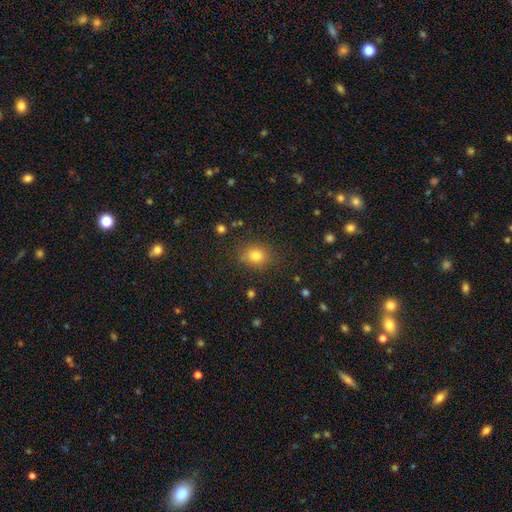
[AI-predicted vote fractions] Smooth or featured? smooth (80%)
How rounded? round (66%)
Merging? none (83%)